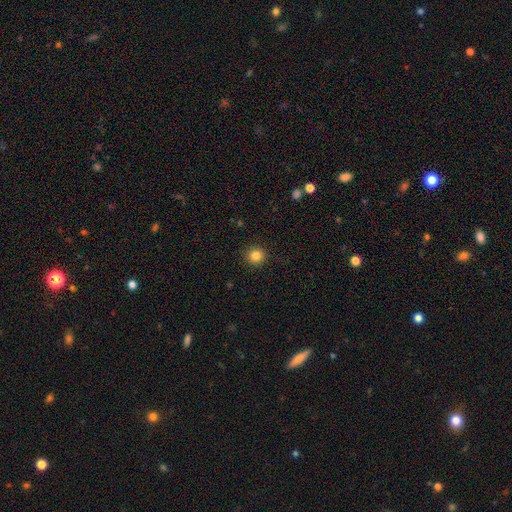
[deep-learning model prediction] A smooth galaxy with no disk features (83%) that is round (93%). Merging: none (92%).